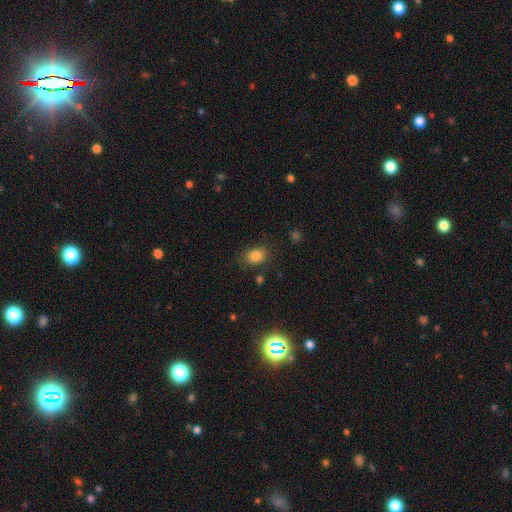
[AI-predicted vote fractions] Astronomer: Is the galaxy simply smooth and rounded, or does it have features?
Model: smooth — 83%.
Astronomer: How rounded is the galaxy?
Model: in between — 66%.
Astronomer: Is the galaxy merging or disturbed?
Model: none — 81%.